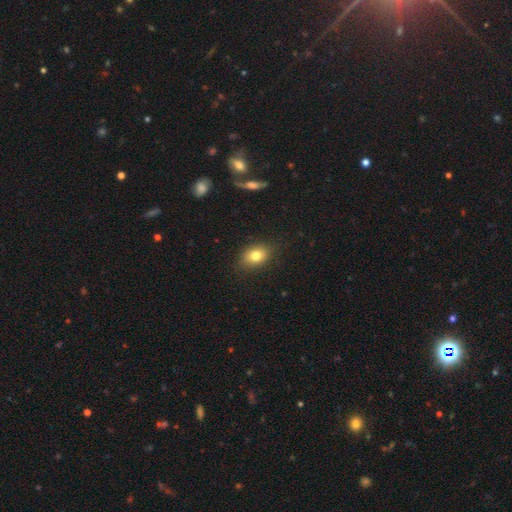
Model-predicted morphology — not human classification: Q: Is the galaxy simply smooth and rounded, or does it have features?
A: smooth — 79%.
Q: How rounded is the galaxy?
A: in between — 66%.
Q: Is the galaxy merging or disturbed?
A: none — 85%.